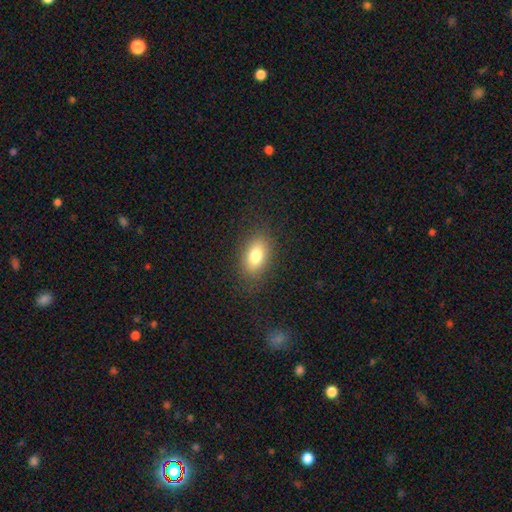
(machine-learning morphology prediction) This is likely a smooth galaxy (79%). How rounded: clearly in between (87%). Merging: clearly none (85%).